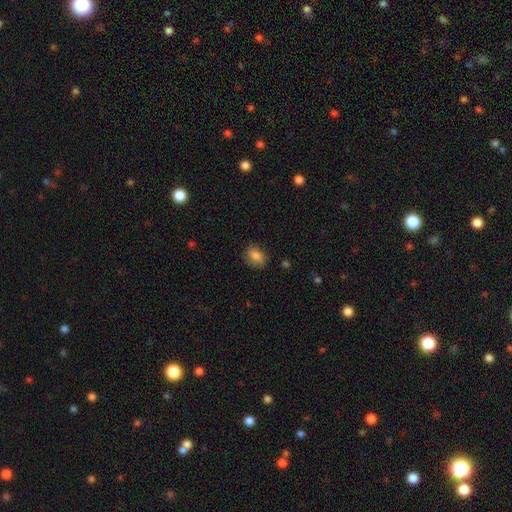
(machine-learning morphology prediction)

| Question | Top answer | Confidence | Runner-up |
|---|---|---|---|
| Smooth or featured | smooth | 84% | star or artifact (9%) |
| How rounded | in between | 71% | round (28%) |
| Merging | none | 83% | minor disturbance (13%) |